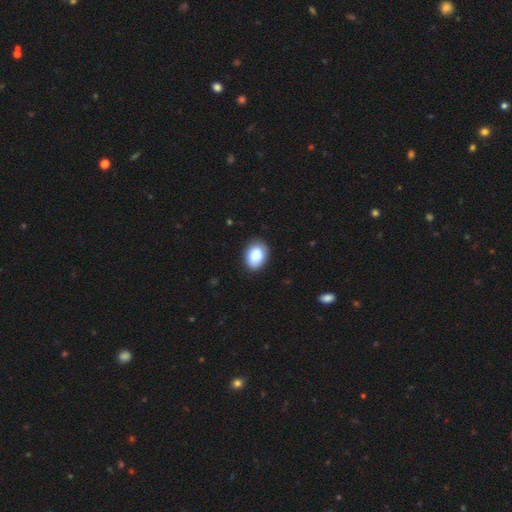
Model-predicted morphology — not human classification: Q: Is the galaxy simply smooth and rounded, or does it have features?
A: smooth — 85%.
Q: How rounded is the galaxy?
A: in between — 76%.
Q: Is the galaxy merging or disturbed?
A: none — 85%.